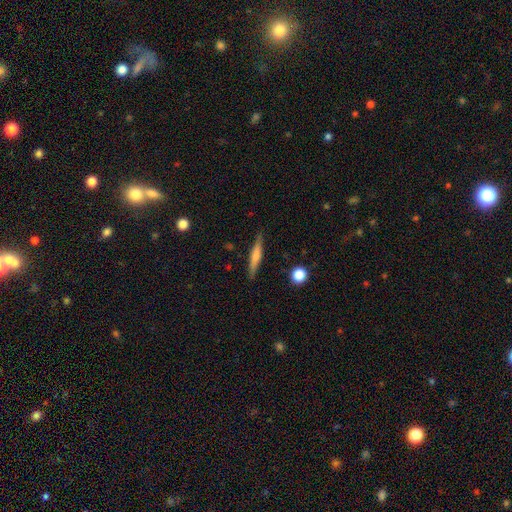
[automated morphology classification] Smooth or featured: smooth — 54% (featured or disk — 40%)
How rounded: cigar-shaped — 91% (in between — 8%)
Merging: none — 87% (minor disturbance — 10%)